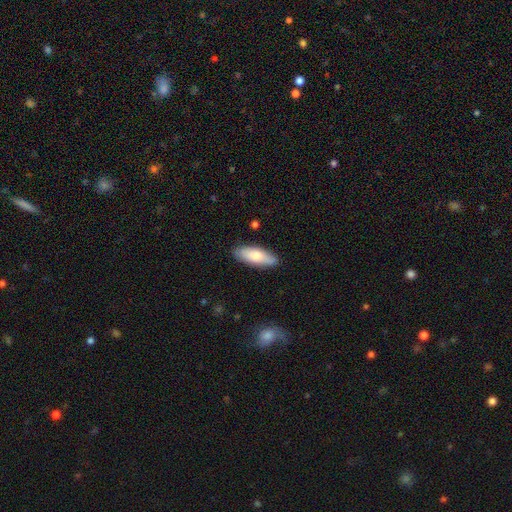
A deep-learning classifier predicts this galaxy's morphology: Smooth or featured? Predicted: smooth (p=0.77). How rounded? Predicted: in between (p=0.69). Merging? Predicted: none (p=0.85).